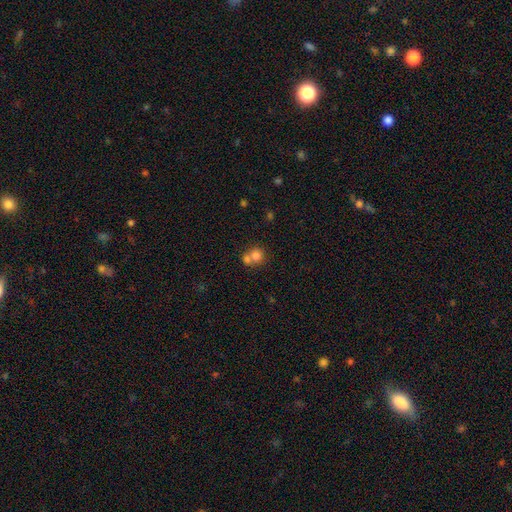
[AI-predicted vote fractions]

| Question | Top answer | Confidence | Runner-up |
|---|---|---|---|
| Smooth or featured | smooth | 77% | featured or disk (13%) |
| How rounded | round | 83% | in between (16%) |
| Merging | merger | 52% | none (38%) |